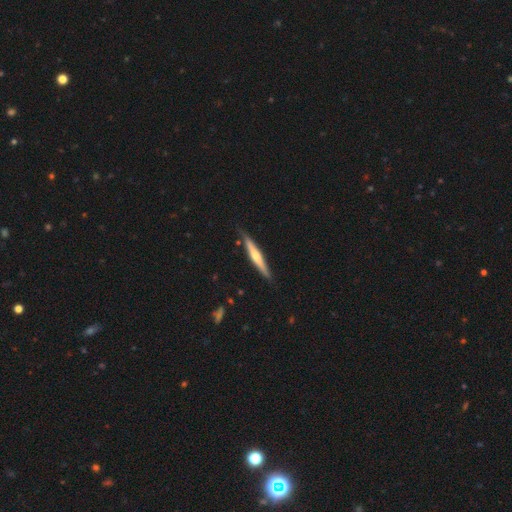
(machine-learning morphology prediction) Smooth or featured? Predicted: featured or disk (p=0.56). Edge-on disk? Predicted: yes (p=0.96). Edge-on bulge? Predicted: rounded (p=0.71). Merging? Predicted: none (p=0.84).